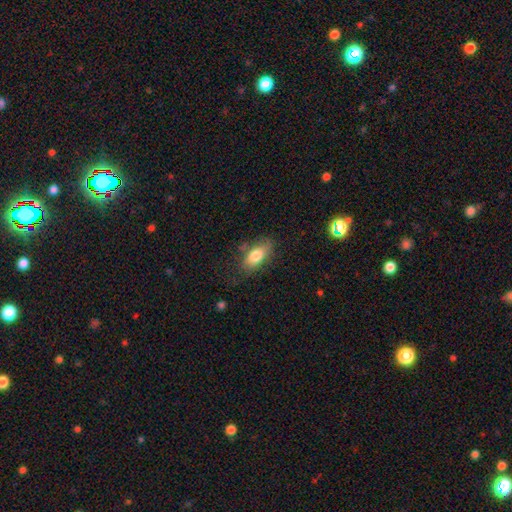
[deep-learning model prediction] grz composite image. It shows a smooth galaxy with no disk features (77%) that is in between round and cigar-shaped (86%). Merging: none (68%).